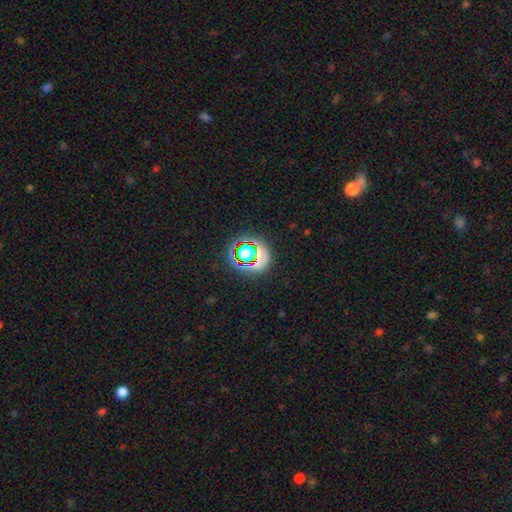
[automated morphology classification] This appears to be a star or artifact, not a galaxy (48%).